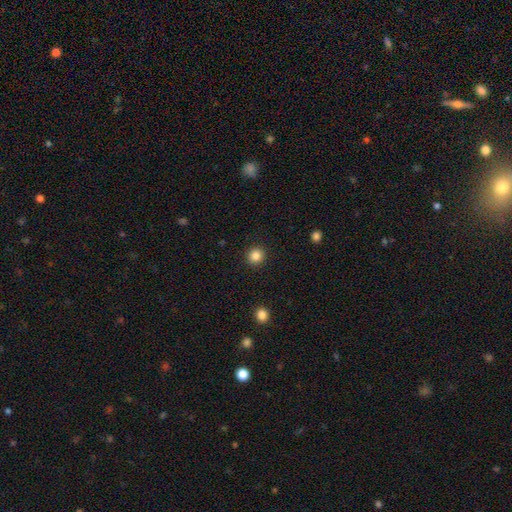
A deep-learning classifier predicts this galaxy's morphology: smooth-or-featured: smooth: 84% | star or artifact: 11% | featured or disk: 4%
  how-rounded: round: 93% | in between: 6% | cigar-shaped: 1%
  merging: none: 92% | minor disturbance: 5% | major disturbance: 2% | merger: 1%